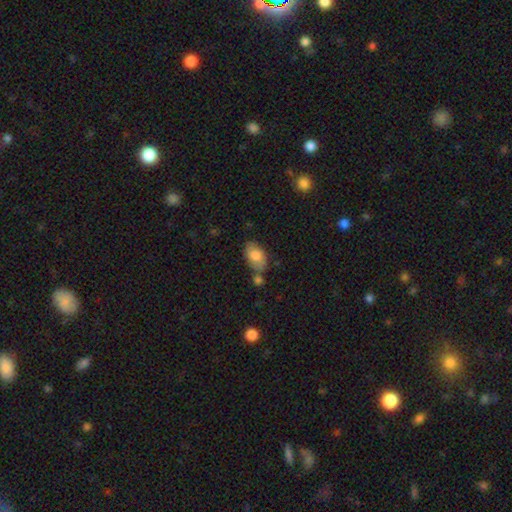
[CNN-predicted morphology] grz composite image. It shows a smooth galaxy with no disk features (78%) that is in between round and cigar-shaped (91%). Merging: none (61%).